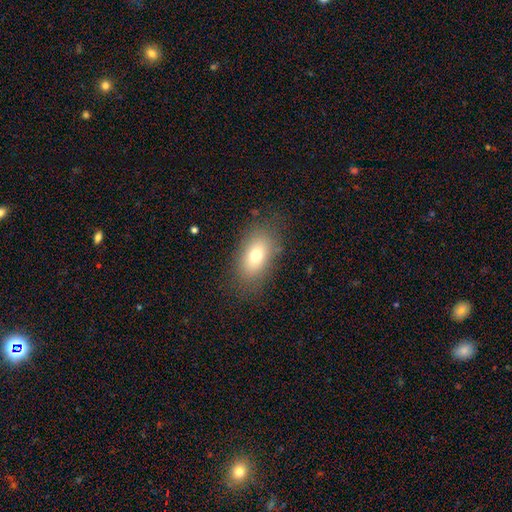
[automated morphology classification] Smooth or featured? smooth (73%)
How rounded? in between (85%)
Merging? none (79%)